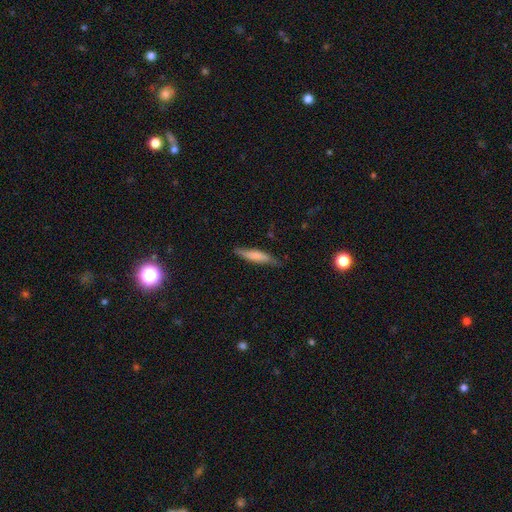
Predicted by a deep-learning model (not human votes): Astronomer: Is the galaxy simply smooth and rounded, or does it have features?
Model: smooth — 71%.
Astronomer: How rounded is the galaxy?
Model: cigar-shaped — 83%.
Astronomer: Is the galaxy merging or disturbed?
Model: none — 76%.